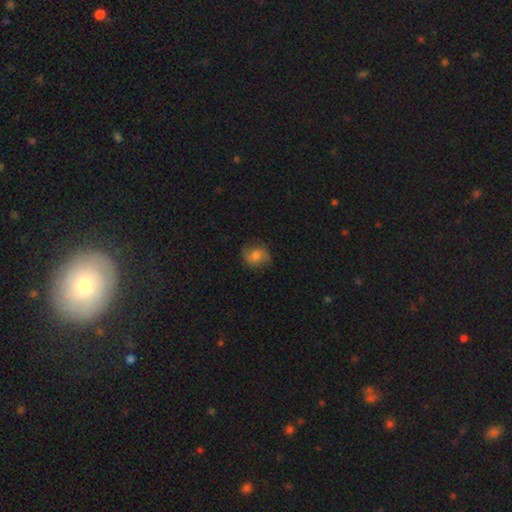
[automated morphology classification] Smooth or featured: smooth — 66% (featured or disk — 24%)
How rounded: round — 61% (in between — 37%)
Merging: none — 74% (minor disturbance — 19%)